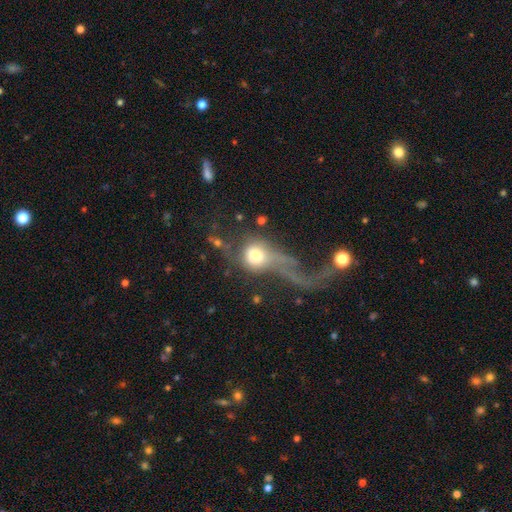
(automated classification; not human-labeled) smooth-or-featured: smooth: 57% | featured or disk: 32% | star or artifact: 11%
  how-rounded: round: 66% | in between: 30% | cigar-shaped: 4%
  merging: major disturbance: 54% | none: 18% | merger: 16% | minor disturbance: 12%